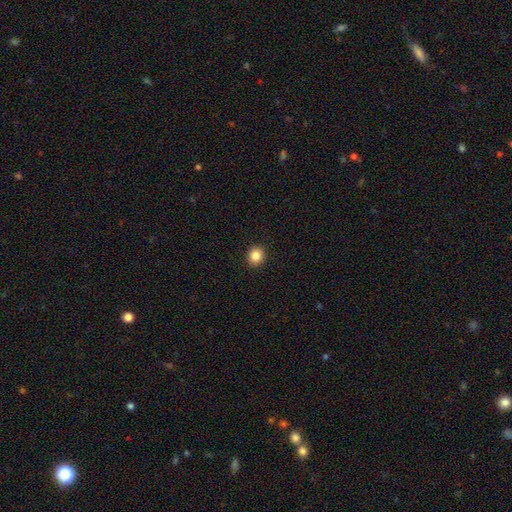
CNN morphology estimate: This appears to be a smooth galaxy with no disk features (85%) that is round (84%). Merging: none (93%).